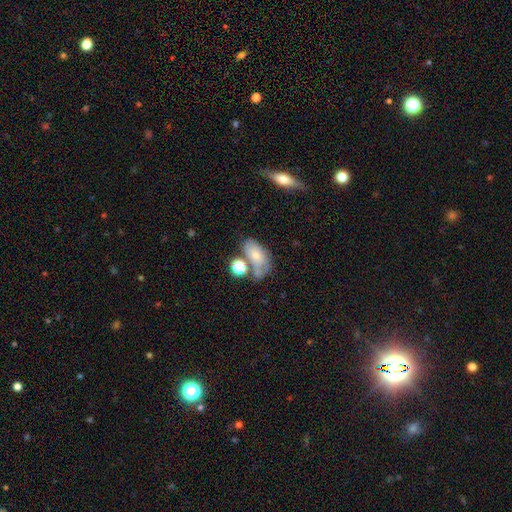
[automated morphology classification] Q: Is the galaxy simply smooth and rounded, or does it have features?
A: smooth — 64%.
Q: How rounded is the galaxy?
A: in between — 86%.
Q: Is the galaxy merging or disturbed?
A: none — 37%.